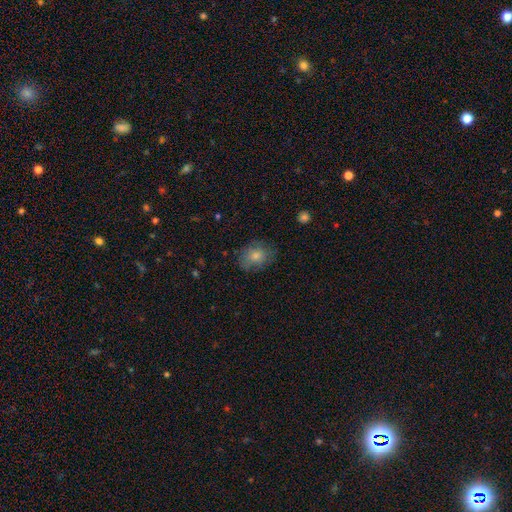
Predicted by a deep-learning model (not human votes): Q: Smooth or featured?
A: smooth (67%); runner-up: featured or disk (20%)
Q: How rounded?
A: in between (56%); runner-up: round (43%)
Q: Merging?
A: none (76%); runner-up: minor disturbance (18%)